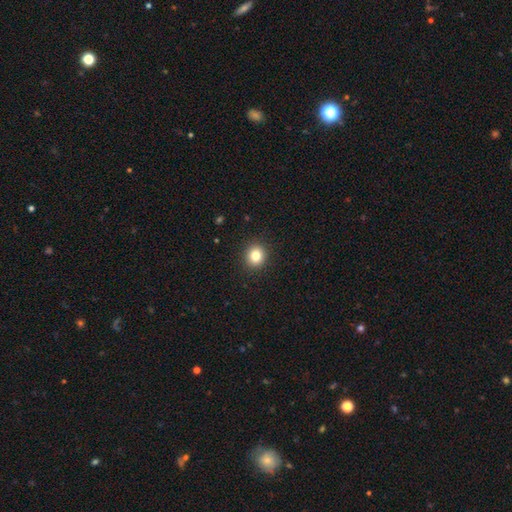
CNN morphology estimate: Overall: smooth (82%). How rounded: round (87%). Merging: none (92%).